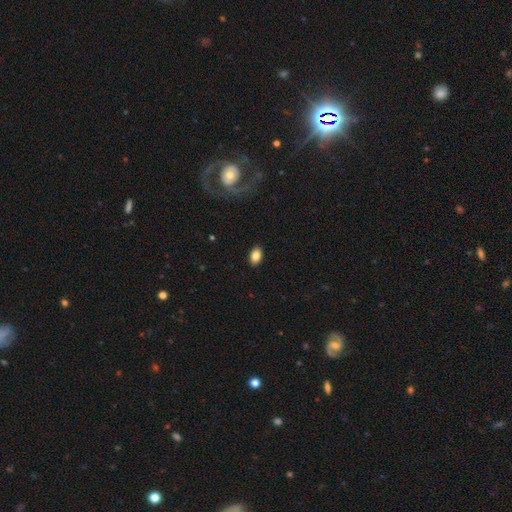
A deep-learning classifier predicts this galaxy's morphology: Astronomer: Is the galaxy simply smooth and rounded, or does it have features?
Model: smooth — 84%.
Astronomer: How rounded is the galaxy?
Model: in between — 88%.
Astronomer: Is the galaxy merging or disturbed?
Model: none — 89%.